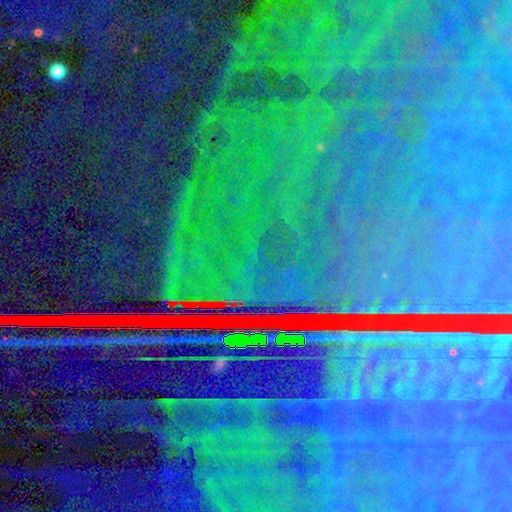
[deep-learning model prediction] smooth_or_featured: star or artifact (p=0.87) [alt: featured or disk p=0.07]